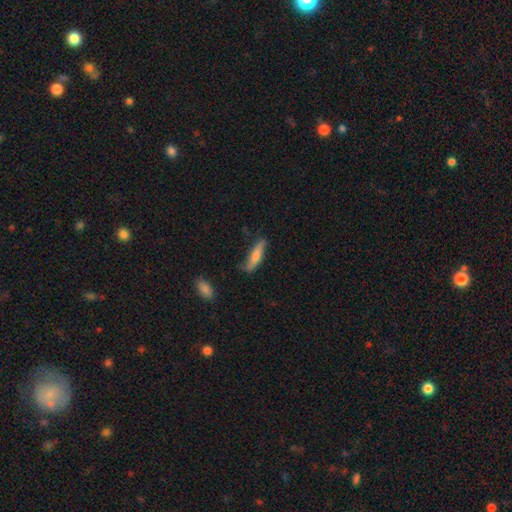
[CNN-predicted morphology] The model was most divided on "smooth or featured": smooth: 62%, featured or disk: 32%, star or artifact: 6%. More confident: how rounded — cigar-shaped (76%); merging — none (66%).